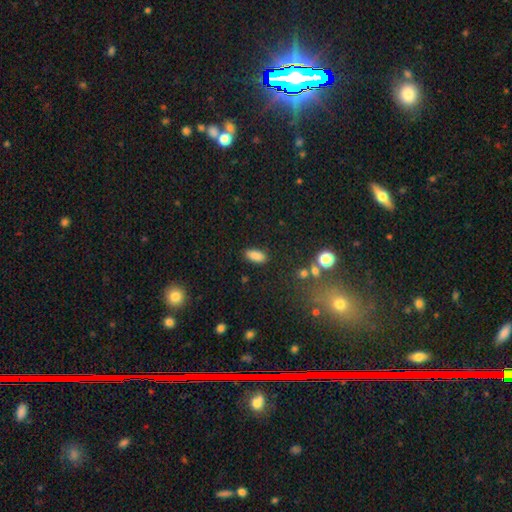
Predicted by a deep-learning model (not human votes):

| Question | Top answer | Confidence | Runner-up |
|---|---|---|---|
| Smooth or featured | smooth | 86% | star or artifact (10%) |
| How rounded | in between | 86% | cigar-shaped (11%) |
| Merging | none | 87% | minor disturbance (9%) |